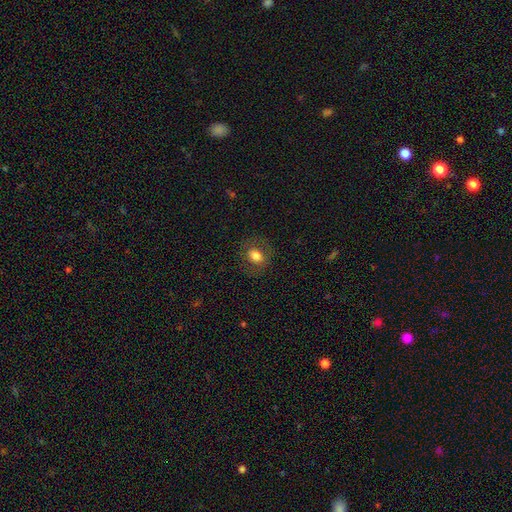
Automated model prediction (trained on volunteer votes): A smooth galaxy with no disk features (74%) that is in between round and cigar-shaped (58%). Merging: none (81%).